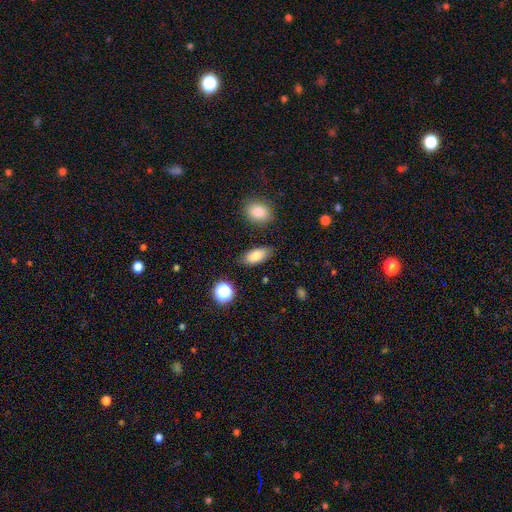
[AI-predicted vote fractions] smooth_or_featured: smooth (p=0.82) [alt: star or artifact p=0.09]
how_rounded: in between (p=0.88) [alt: cigar-shaped p=0.07]
merging: none (p=0.83) [alt: minor disturbance p=0.11]